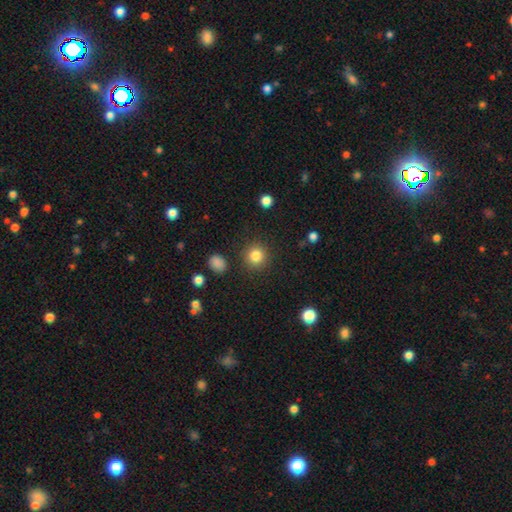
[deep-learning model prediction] A smooth galaxy with no disk features (84%) that is round (93%).

Vote fractions:
- Smooth or featured? smooth: 84% / star or artifact: 11% / featured or disk: 5%
- How rounded? round: 93% / in between: 6% / cigar-shaped: 1%
- Merging? none: 90% / minor disturbance: 6% / major disturbance: 3% / merger: 2%